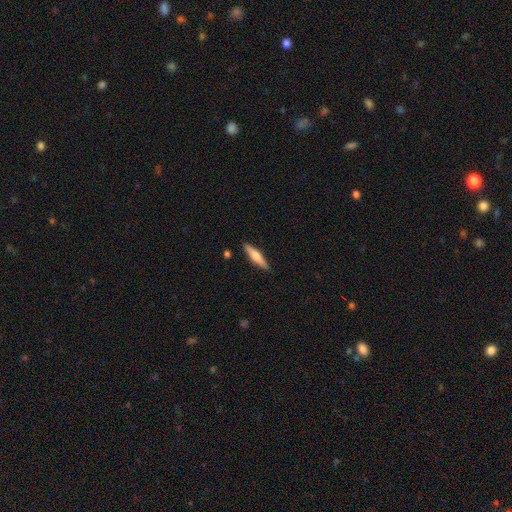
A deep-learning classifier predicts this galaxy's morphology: type=featured or disk (49%); merging=none (89%).